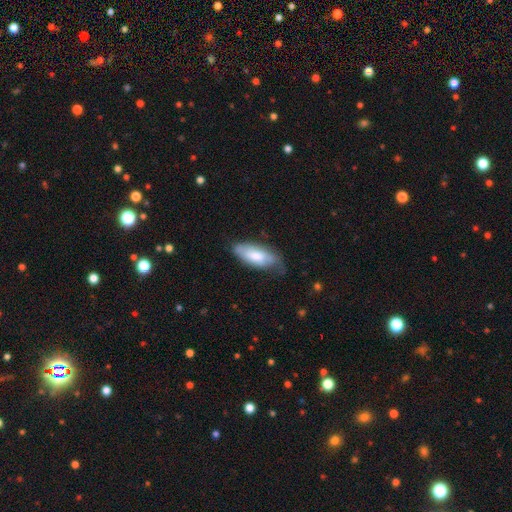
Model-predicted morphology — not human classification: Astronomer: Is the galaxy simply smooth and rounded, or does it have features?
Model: smooth — 70%.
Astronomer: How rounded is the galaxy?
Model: in between — 82%.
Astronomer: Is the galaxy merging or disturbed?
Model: none — 54% (runner-up: minor disturbance, 35%).